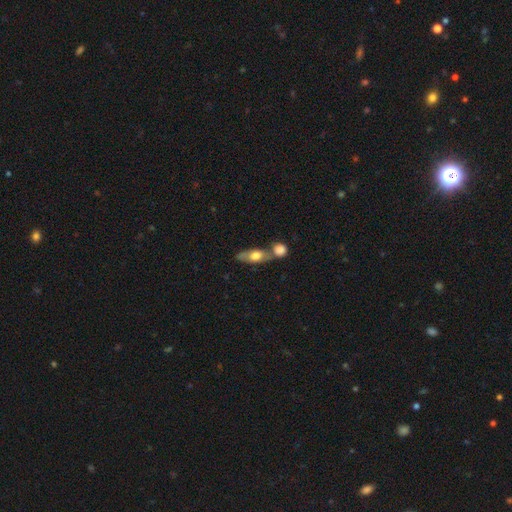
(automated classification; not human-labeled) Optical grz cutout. It shows a smooth galaxy with no disk features (58%) that is in between round and cigar-shaped (66%). Merging: merger (44%).